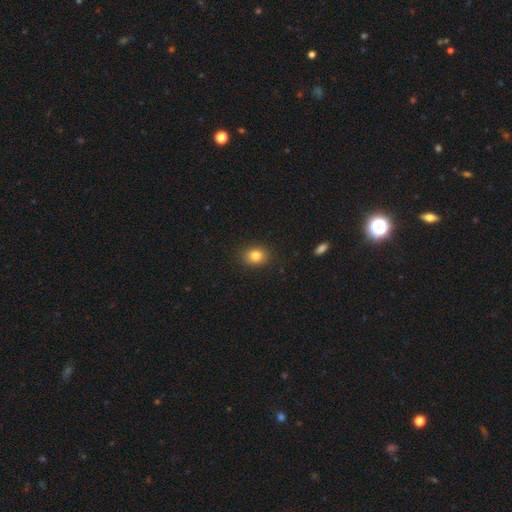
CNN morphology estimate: Smooth or featured?
  - smooth: 82% *
  - star or artifact: 11%
  - featured or disk: 8%
How rounded?
  - round: 51% *
  - in between: 48%
  - cigar-shaped: 1%
Merging?
  - none: 89% *
  - minor disturbance: 8%
  - major disturbance: 2%
  - merger: 1%